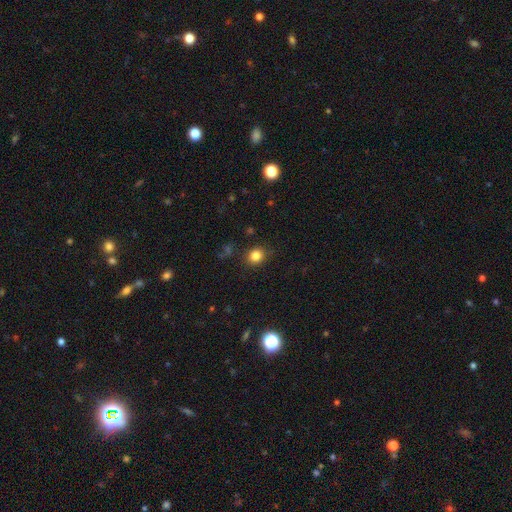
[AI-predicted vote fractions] smooth 83%, star or artifact 12%, featured or disk 5%. Down the decision tree: how rounded — round (75%); merging — none (86%).